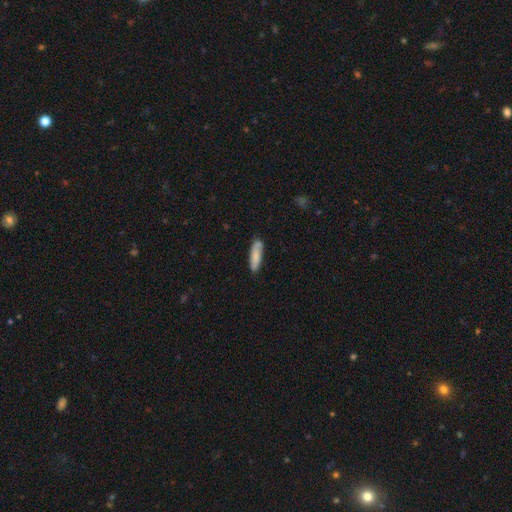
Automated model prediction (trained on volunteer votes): This appears to be a smooth galaxy with no disk features (75%) that is cigar-shaped (56%). Merging: none (77%).